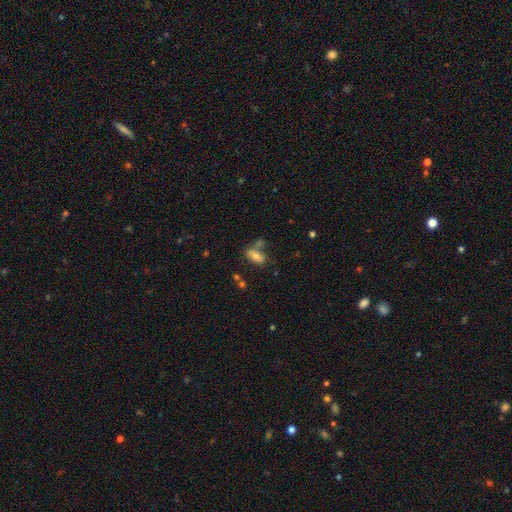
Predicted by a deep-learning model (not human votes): A smooth galaxy with no disk features (66%) that is in between round and cigar-shaped (85%). Merging: none (52%).